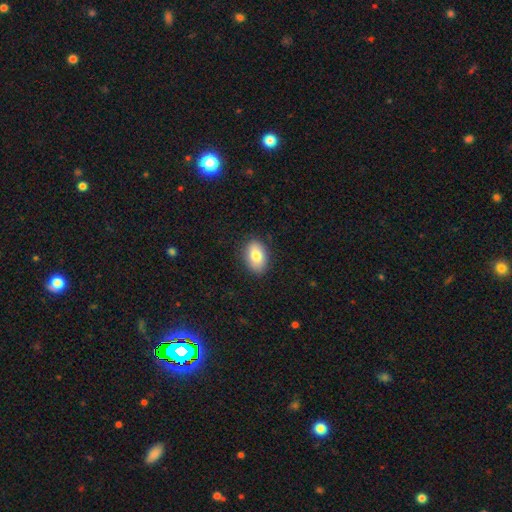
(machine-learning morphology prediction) Smooth or featured? Predicted: smooth (p=0.81). How rounded? Predicted: in between (p=0.86). Merging? Predicted: none (p=0.87).